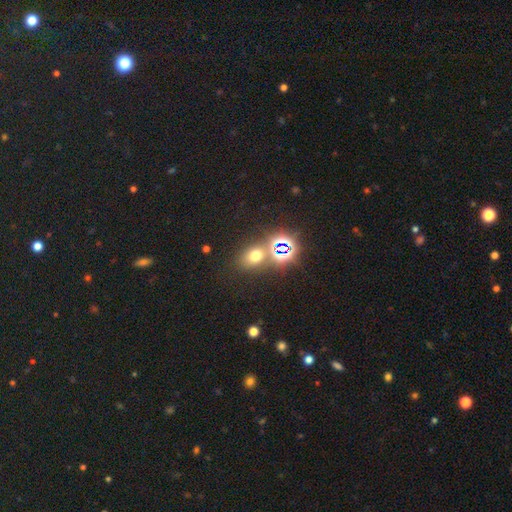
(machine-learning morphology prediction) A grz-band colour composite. It shows a smooth galaxy with no disk features (53%) that is in between round and cigar-shaped (50%). Merging: none (68%).